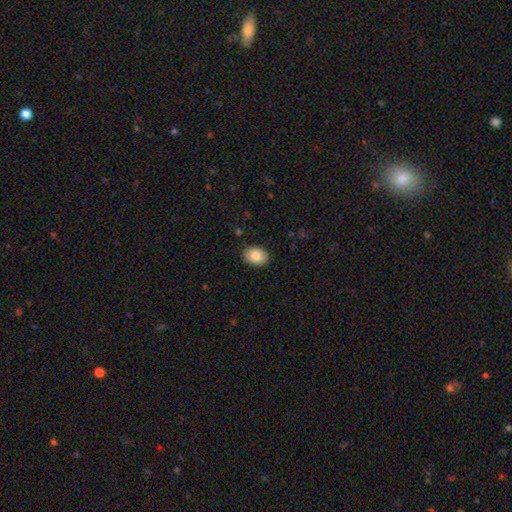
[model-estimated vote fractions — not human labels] A smooth galaxy with no disk features (86%) that is in between round and cigar-shaped (78%). Merging: none (87%).